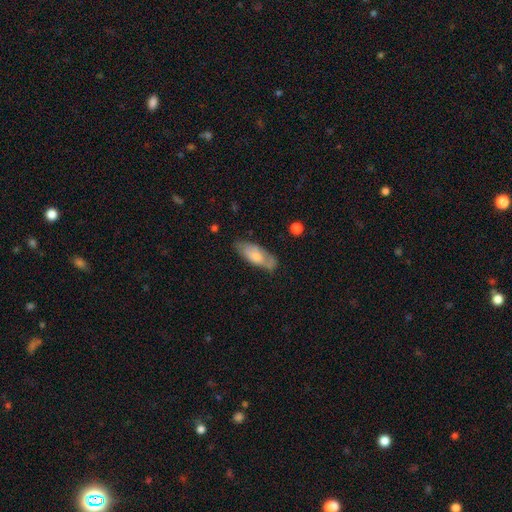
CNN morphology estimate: Smooth or featured?
  - smooth: 56% *
  - featured or disk: 38%
  - star or artifact: 6%
How rounded?
  - in between: 79% *
  - cigar-shaped: 19%
  - round: 2%
Merging?
  - none: 67% *
  - minor disturbance: 24%
  - major disturbance: 7%
  - merger: 2%